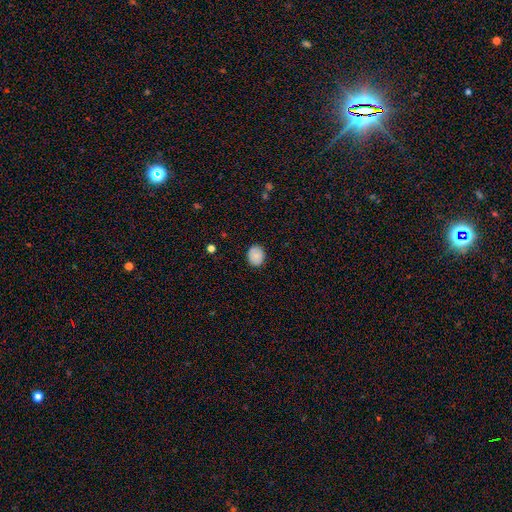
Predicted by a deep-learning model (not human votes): smooth 82%, featured or disk 10%, star or artifact 8%. Down the decision tree: how rounded — round (59%); merging — none (86%).